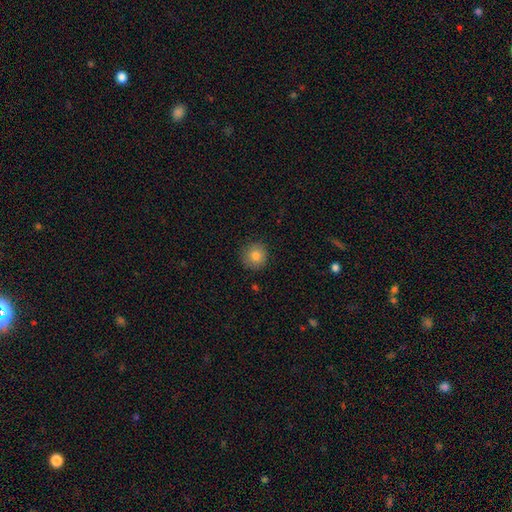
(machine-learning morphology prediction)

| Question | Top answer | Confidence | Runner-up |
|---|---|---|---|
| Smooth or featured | smooth | 83% | star or artifact (9%) |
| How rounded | round | 93% | in between (6%) |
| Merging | none | 88% | minor disturbance (9%) |